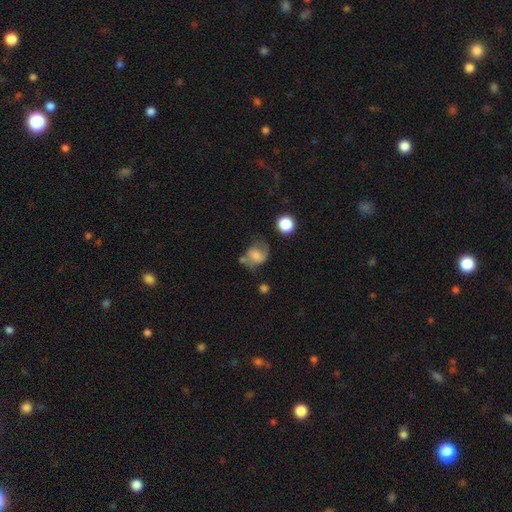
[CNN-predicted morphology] This is possibly a smooth galaxy (54%). How rounded: possibly round (53%). Merging: possibly none (48%).